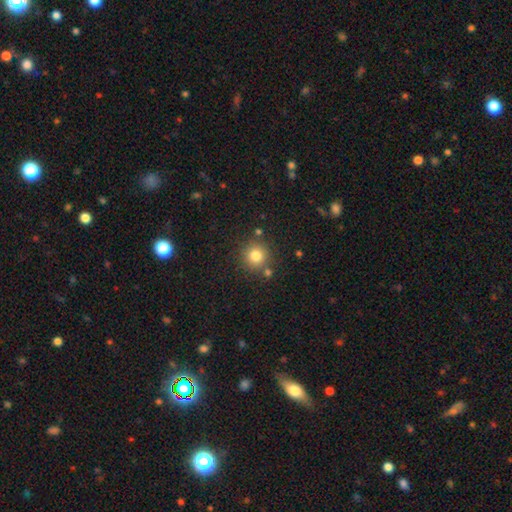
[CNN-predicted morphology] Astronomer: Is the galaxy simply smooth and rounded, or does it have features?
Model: smooth — 80%.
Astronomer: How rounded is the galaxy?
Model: round — 93%.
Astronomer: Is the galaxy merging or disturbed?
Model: none — 82%.